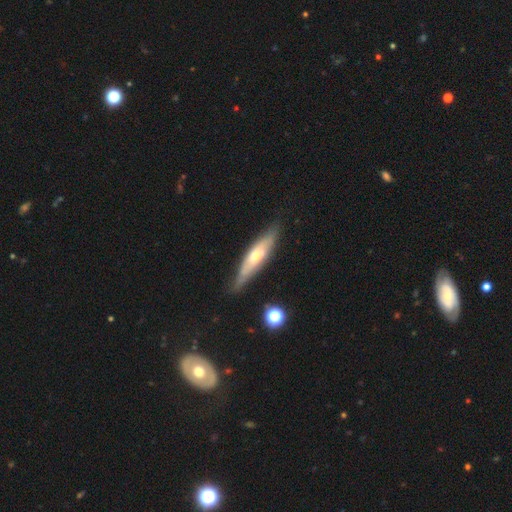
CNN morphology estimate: The model was most divided on "smooth or featured": featured or disk: 53%, smooth: 41%, star or artifact: 6%. More confident: merging — none (77%); edge-on disk — yes (73%).